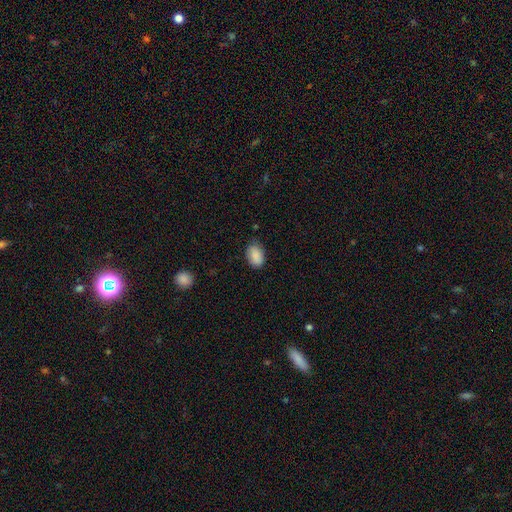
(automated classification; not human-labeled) Q: Smooth or featured?
A: smooth (87%); runner-up: star or artifact (7%)
Q: How rounded?
A: in between (85%); runner-up: round (14%)
Q: Merging?
A: none (70%); runner-up: minor disturbance (24%)